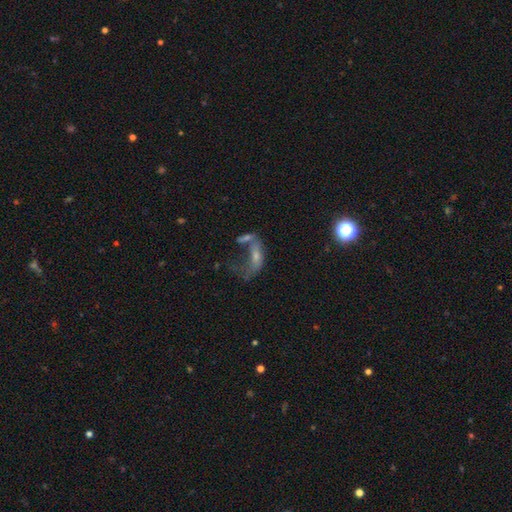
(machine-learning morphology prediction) Smooth or featured? Predicted: featured or disk (p=0.47). Merging? Predicted: major disturbance (p=0.37).